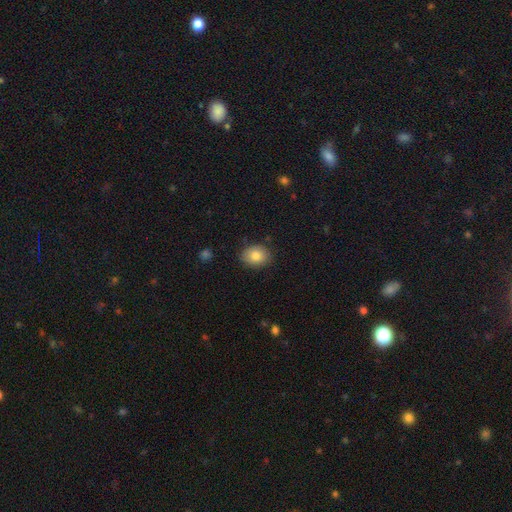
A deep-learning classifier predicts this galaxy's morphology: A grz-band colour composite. It shows a smooth galaxy with no disk features (82%) that is in between round and cigar-shaped (52%). Merging: none (85%).